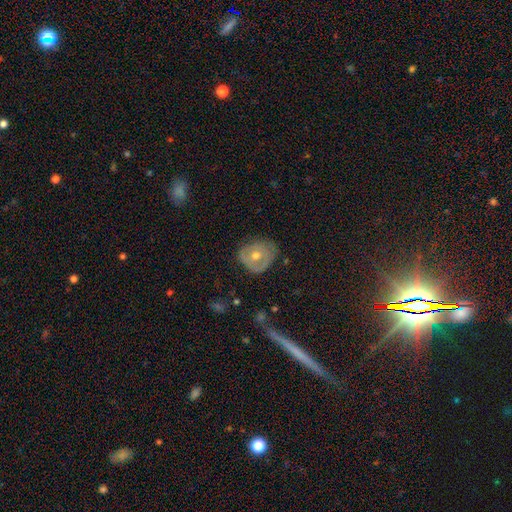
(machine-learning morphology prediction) smooth_or_featured: featured or disk (p=0.52) [alt: smooth p=0.40]
disk_edge_on: no (p=0.93) [alt: yes p=0.07]
merging: none (p=0.64) [alt: minor disturbance p=0.26]